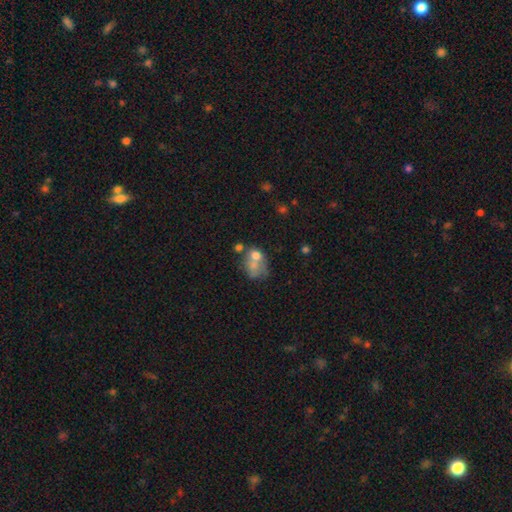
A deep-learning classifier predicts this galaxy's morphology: The model was most divided on "merging": merger: 38%, none: 30%, major disturbance: 17%, minor disturbance: 15%. Remaining: smooth or featured — smooth (49%).